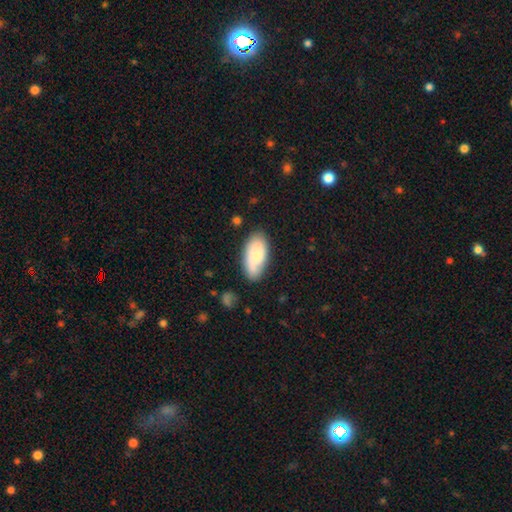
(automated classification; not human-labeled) This is likely a smooth galaxy (72%). How rounded: clearly in between (93%). Merging: likely none (74%).